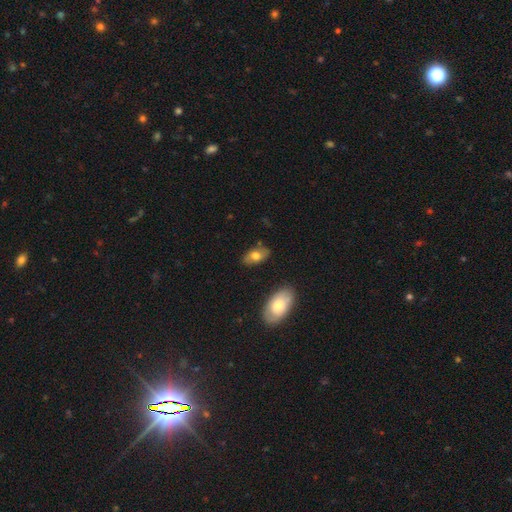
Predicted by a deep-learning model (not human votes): Overall: smooth (69%). How rounded: in between (91%). Merging: none (79%).